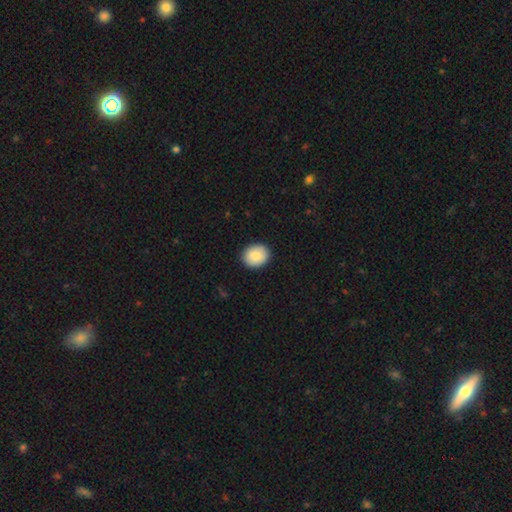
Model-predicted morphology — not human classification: smooth 89%, star or artifact 6%, featured or disk 5%. Down the decision tree: how rounded — round (52%); merging — none (91%).